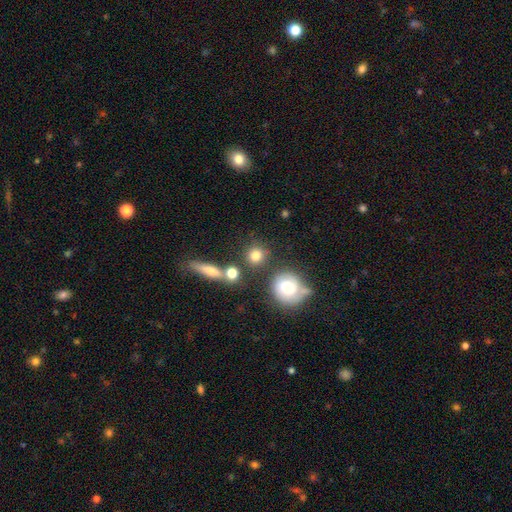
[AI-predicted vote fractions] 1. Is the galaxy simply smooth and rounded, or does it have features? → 76% smooth, 12% featured or disk, 12% star or artifact.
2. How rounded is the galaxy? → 87% round, 11% in between, 2% cigar-shaped.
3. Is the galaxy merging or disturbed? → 72% none, 13% merger, 10% minor disturbance, 5% major disturbance.